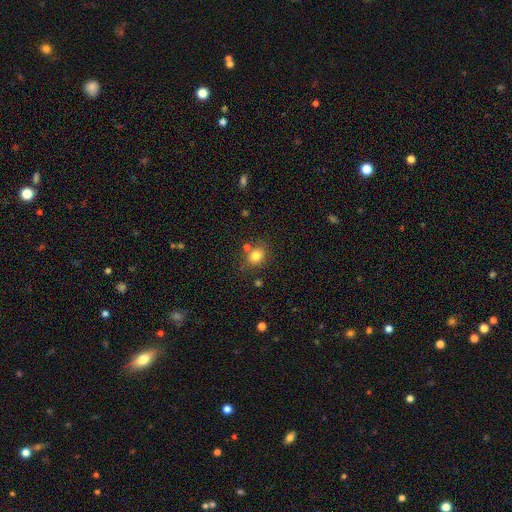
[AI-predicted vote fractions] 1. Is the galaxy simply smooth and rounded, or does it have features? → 80% smooth, 12% star or artifact, 8% featured or disk.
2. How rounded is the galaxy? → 64% round, 35% in between, 1% cigar-shaped.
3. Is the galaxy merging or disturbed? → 67% none, 15% minor disturbance, 13% merger, 5% major disturbance.